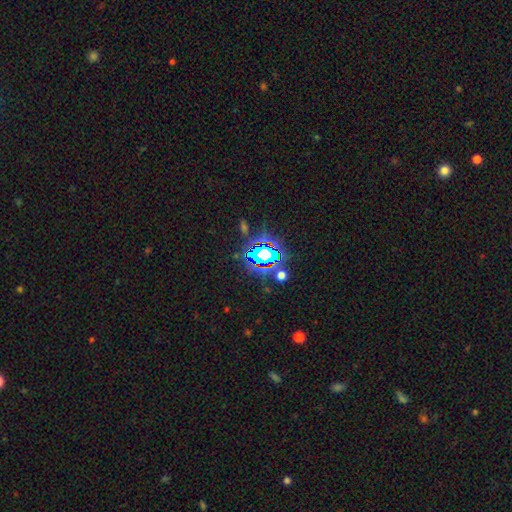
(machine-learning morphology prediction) Q: Smooth or featured?
A: star or artifact (80%); runner-up: smooth (12%)